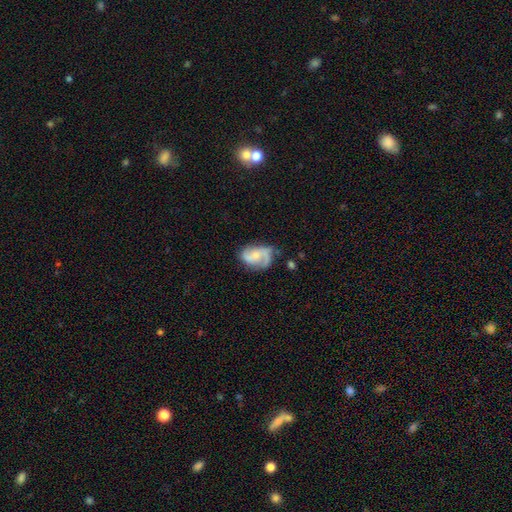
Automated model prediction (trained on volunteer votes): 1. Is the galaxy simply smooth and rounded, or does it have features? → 76% featured or disk, 18% smooth, 6% star or artifact.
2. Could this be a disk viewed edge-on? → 98% no, 2% yes.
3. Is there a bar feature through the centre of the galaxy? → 59% no, 34% weak, 7% strong.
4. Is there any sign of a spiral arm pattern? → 93% yes, 7% no.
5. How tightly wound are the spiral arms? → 47% medium, 33% loose, 20% tight.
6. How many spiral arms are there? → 68% 2, 16% 3, 8% can't tell, 4% 1, 2% 4, 2% more than 4.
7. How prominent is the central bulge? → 53% small, 33% moderate, 11% none, 3% large, 1% dominant.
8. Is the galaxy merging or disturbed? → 55% none, 27% minor disturbance, 14% major disturbance, 4% merger.